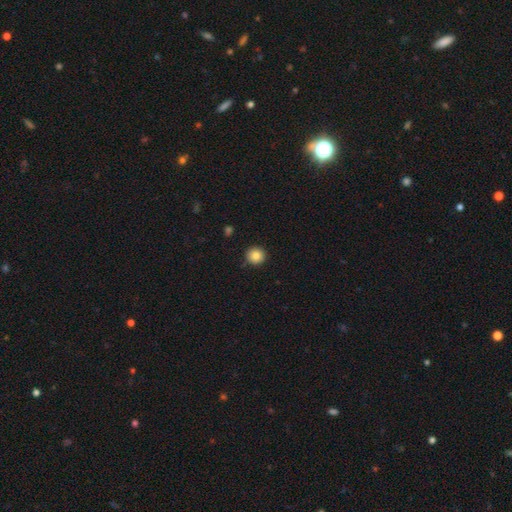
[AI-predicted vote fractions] Smooth or featured? smooth (85%)
How rounded? round (93%)
Merging? none (90%)